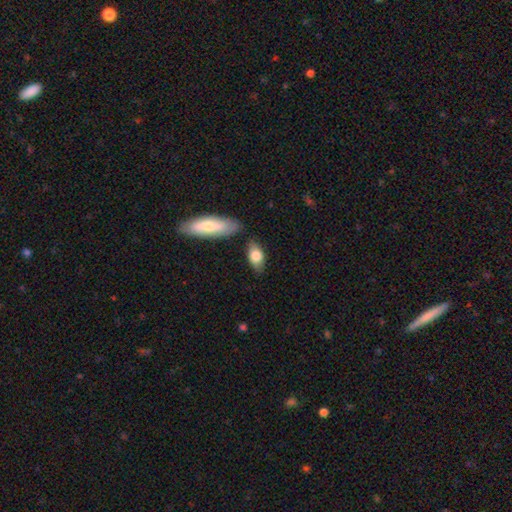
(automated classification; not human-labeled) smooth-or-featured: smooth: 77% | featured or disk: 17% | star or artifact: 6%
  how-rounded: in between: 85% | cigar-shaped: 10% | round: 5%
  merging: none: 72% | minor disturbance: 16% | merger: 7% | major disturbance: 4%